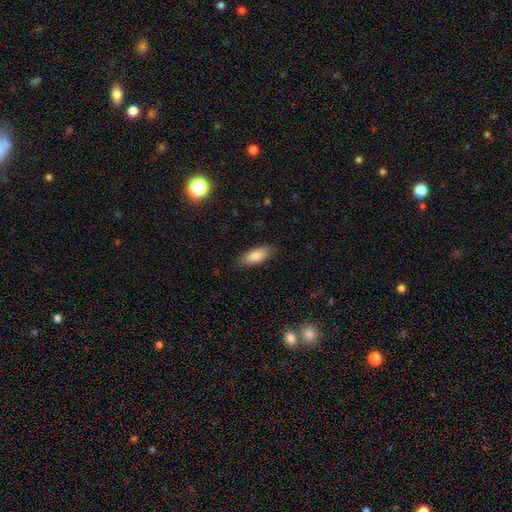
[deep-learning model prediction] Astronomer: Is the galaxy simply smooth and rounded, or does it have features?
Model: smooth — 85%.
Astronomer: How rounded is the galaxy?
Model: in between — 74%.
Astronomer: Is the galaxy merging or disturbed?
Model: none — 83%.